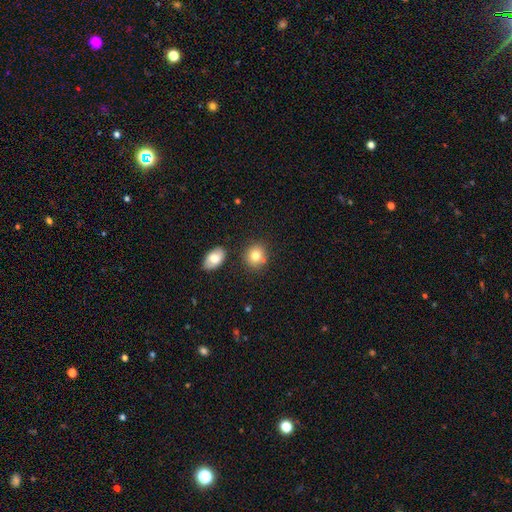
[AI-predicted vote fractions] Smooth or featured? Predicted: smooth (p=0.79). How rounded? Predicted: round (p=0.75). Merging? Predicted: none (p=0.76).